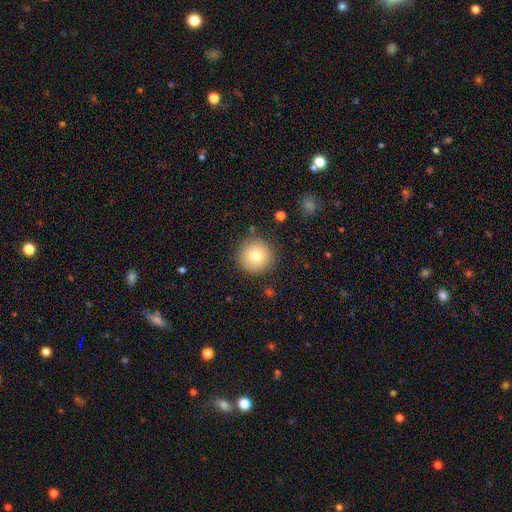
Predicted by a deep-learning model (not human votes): A smooth galaxy with no disk features (77%) that is round (96%).

Vote fractions:
- Smooth or featured? smooth: 77% / featured or disk: 13% / star or artifact: 11%
- How rounded? round: 96% / in between: 3% / cigar-shaped: 1%
- Merging? none: 87% / minor disturbance: 9% / major disturbance: 3% / merger: 2%